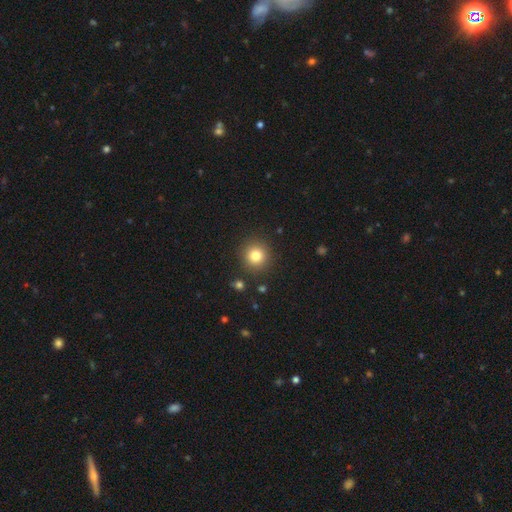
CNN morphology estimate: This appears to be a smooth galaxy with no disk features (81%) that is round (93%). Merging: none (89%).